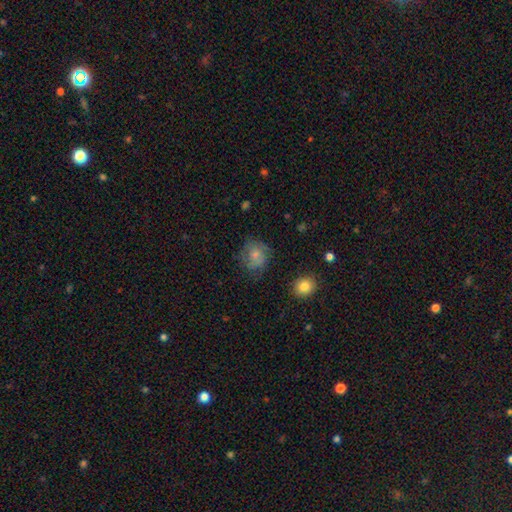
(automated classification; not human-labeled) Smooth or featured? Predicted: smooth (p=0.61). How rounded? Predicted: round (p=0.76). Merging? Predicted: none (p=0.62).